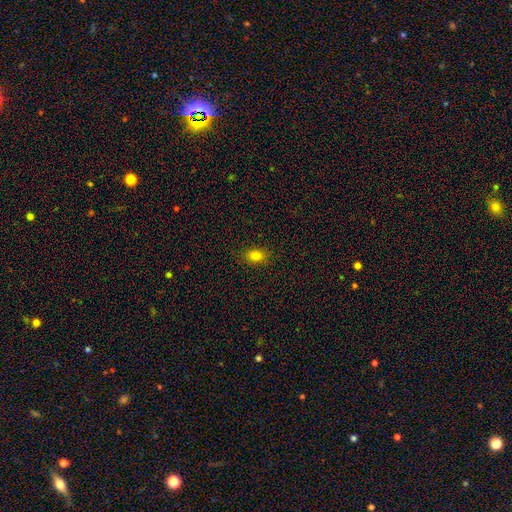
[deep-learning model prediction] This appears to be a smooth galaxy with no disk features (82%) that is in between round and cigar-shaped (75%). Merging: none (87%).